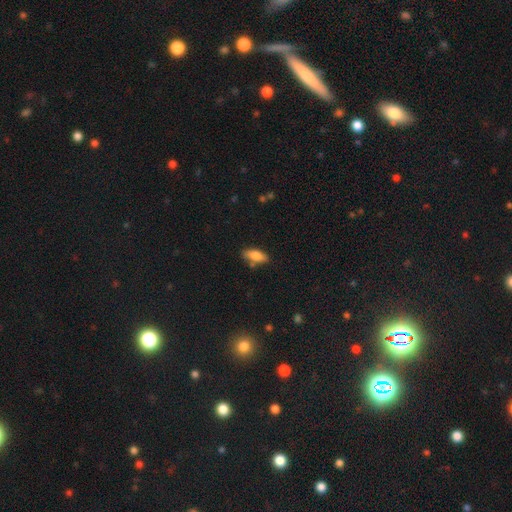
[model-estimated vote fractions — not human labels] Q: Smooth or featured?
A: smooth (81%); runner-up: featured or disk (12%)
Q: How rounded?
A: in between (80%); runner-up: cigar-shaped (17%)
Q: Merging?
A: none (75%); runner-up: minor disturbance (16%)